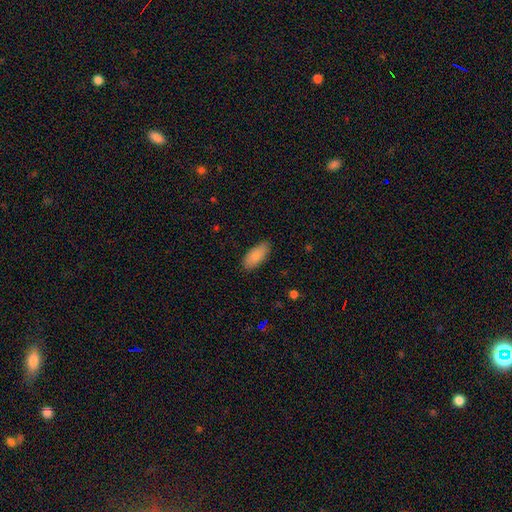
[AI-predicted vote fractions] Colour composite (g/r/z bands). It shows a smooth galaxy with no disk features (86%) that is in between round and cigar-shaped (88%). Merging: none (86%).